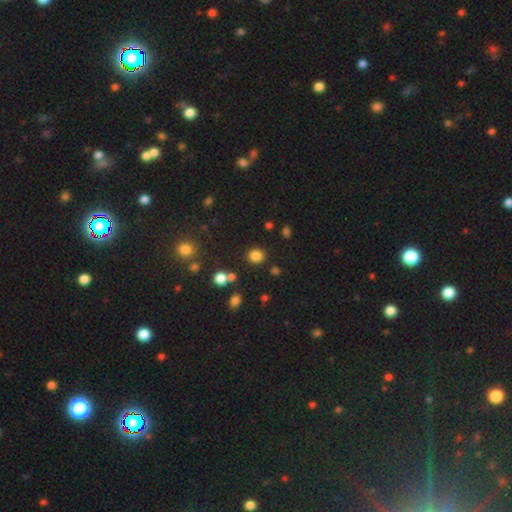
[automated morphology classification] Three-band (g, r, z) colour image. It shows a smooth galaxy with no disk features (81%) that is round (76%). Merging: none (85%).